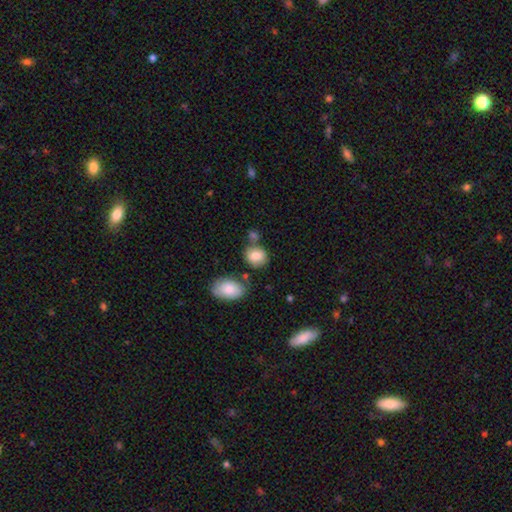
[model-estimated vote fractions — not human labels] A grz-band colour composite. It shows a smooth galaxy with no disk features (83%) that is round (55%). Merging: none (65%).